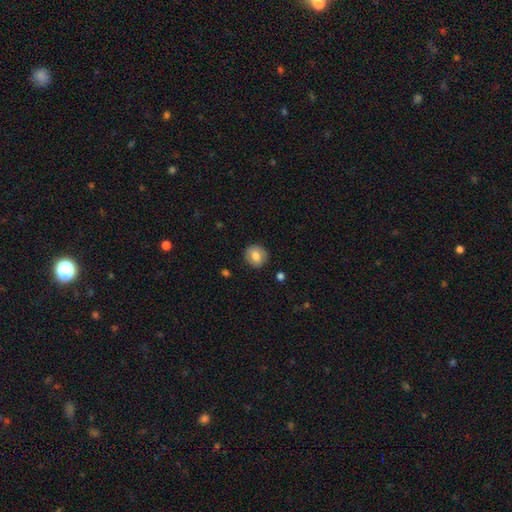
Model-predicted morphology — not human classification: smooth 76%, featured or disk 16%, star or artifact 8%. Down the decision tree: how rounded — round (82%); merging — none (87%).